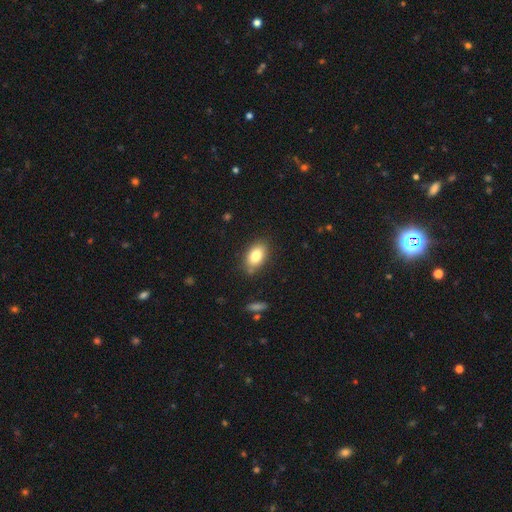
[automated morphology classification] The model was most divided on "merging": none: 81%, minor disturbance: 13%, major disturbance: 3%, merger: 2%. More confident: how rounded — in between (89%); smooth or featured — smooth (81%).